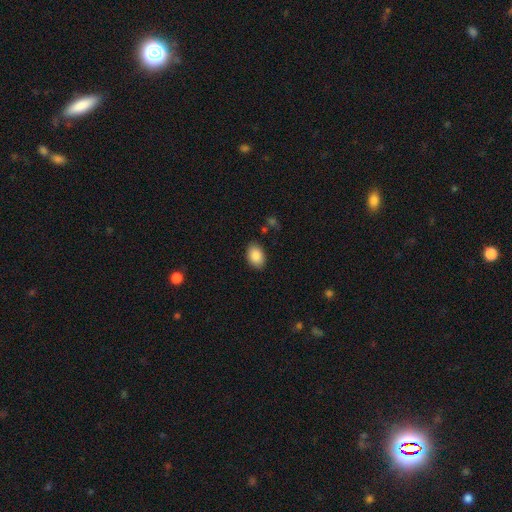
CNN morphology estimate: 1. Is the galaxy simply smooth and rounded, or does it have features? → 88% smooth, 7% star or artifact, 5% featured or disk.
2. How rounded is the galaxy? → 86% in between, 13% round, 1% cigar-shaped.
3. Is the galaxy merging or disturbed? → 86% none, 10% minor disturbance, 2% major disturbance, 2% merger.